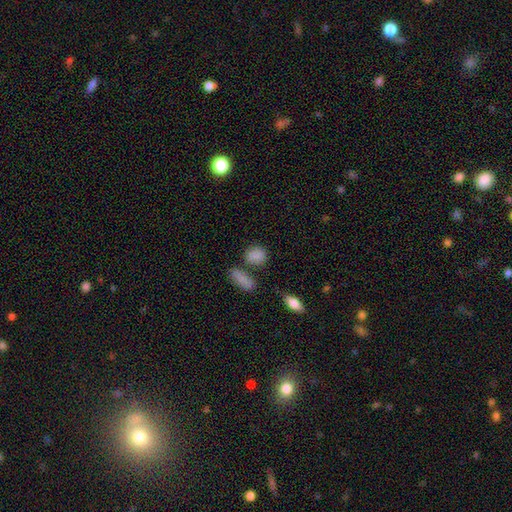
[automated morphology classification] smooth_or_featured: smooth (p=0.85) [alt: star or artifact p=0.10]
how_rounded: in between (p=0.53) [alt: round p=0.43]
merging: none (p=0.64) [alt: merger p=0.16]